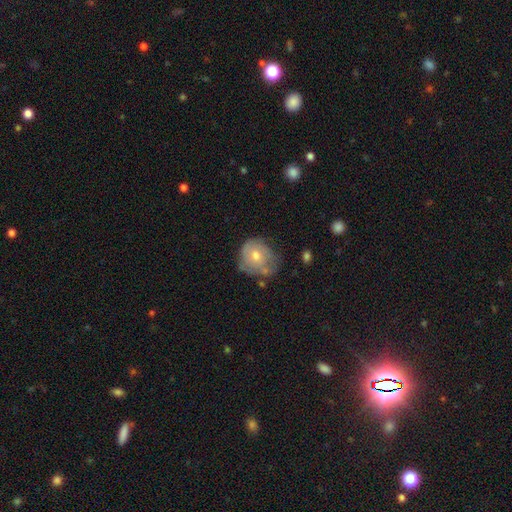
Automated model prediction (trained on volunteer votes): Smooth or featured? smooth (50%)
Merging? none (52%)